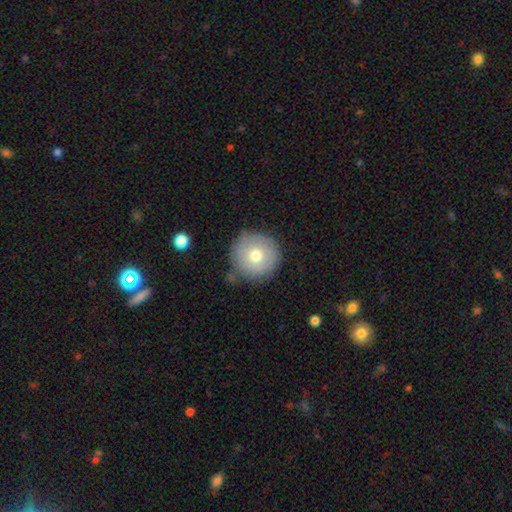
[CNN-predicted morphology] This appears to be a smooth galaxy with no disk features (72%) that is round (96%). Merging: none (83%).